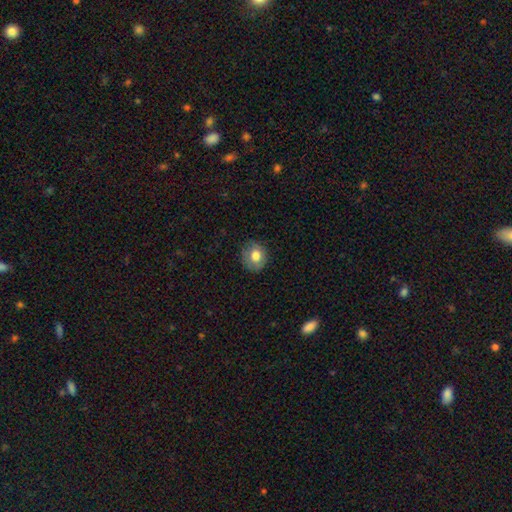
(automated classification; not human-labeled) This is likely a smooth galaxy (77%). How rounded: likely round (72%). Merging: clearly none (81%).